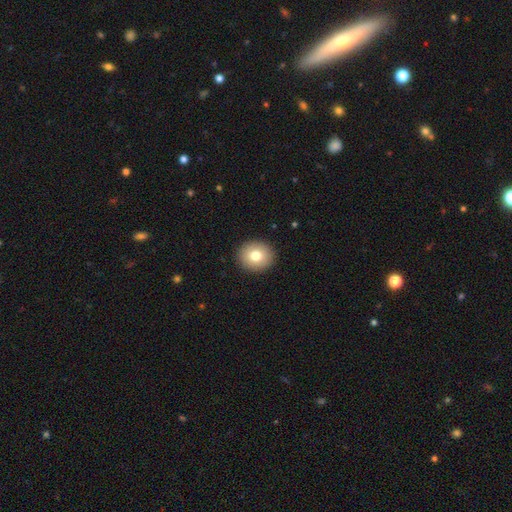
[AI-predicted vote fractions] Smooth or featured: smooth — 78% (featured or disk — 13%)
How rounded: round — 77% (in between — 22%)
Merging: none — 92% (minor disturbance — 6%)